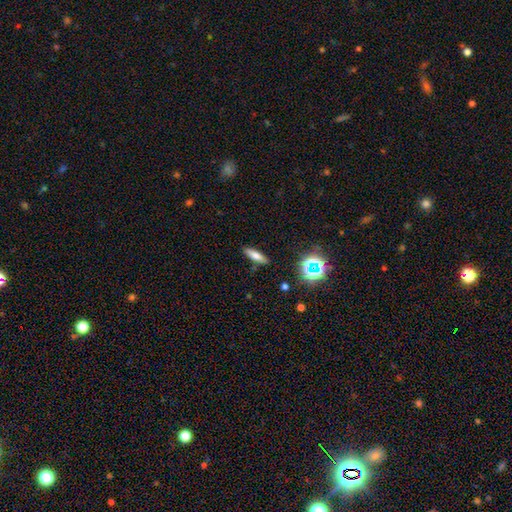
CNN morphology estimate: Smooth or featured?
  - smooth: 67% *
  - featured or disk: 20%
  - star or artifact: 13%
How rounded?
  - cigar-shaped: 63% *
  - in between: 34%
  - round: 4%
Merging?
  - none: 88% *
  - minor disturbance: 8%
  - major disturbance: 2%
  - merger: 2%